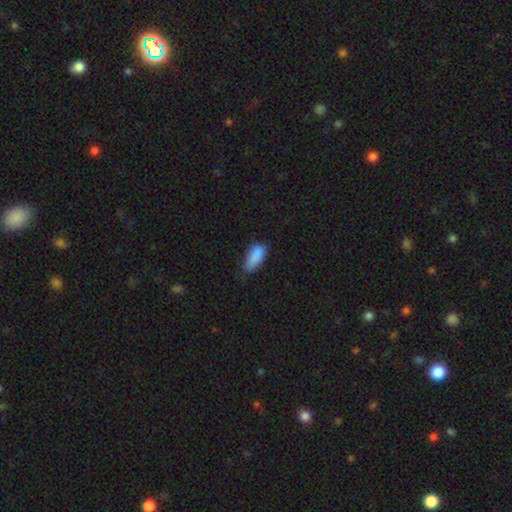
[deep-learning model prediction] This appears to be a smooth galaxy with no disk features (87%) that is in between round and cigar-shaped (85%). Merging: none (57%).